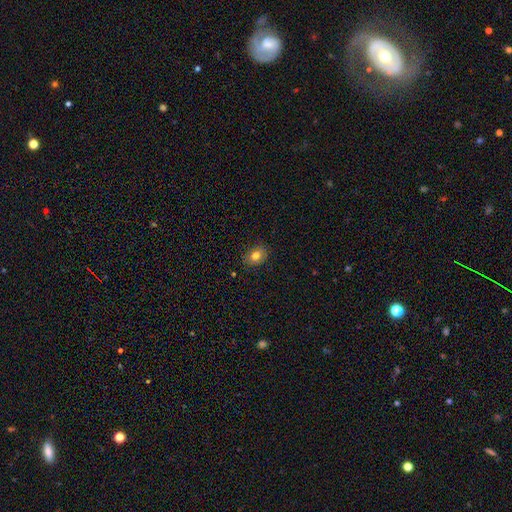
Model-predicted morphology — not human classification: Smooth or featured?
  - smooth: 78% *
  - featured or disk: 12%
  - star or artifact: 10%
How rounded?
  - in between: 60% *
  - round: 39%
  - cigar-shaped: 1%
Merging?
  - none: 83% *
  - minor disturbance: 13%
  - major disturbance: 3%
  - merger: 1%